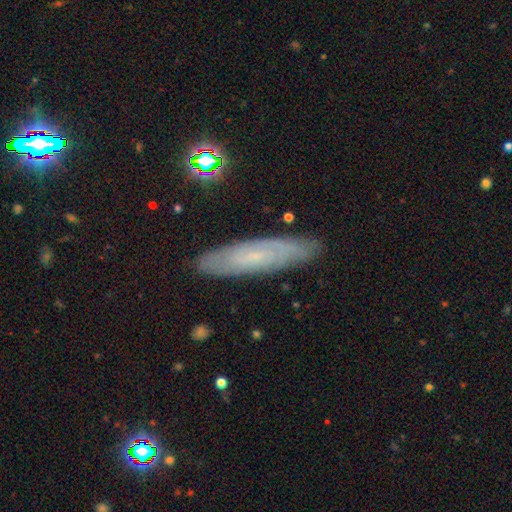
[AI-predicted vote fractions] A featured or disk galaxy (56%). Merging: none (86%).